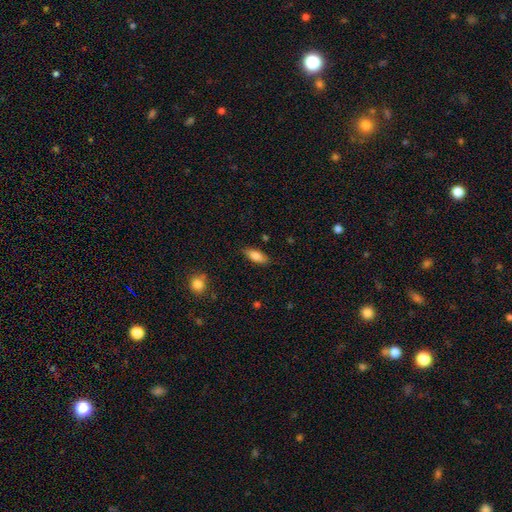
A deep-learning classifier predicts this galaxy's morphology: The model was most divided on "how rounded": in between: 77%, cigar-shaped: 20%, round: 2%. More confident: merging — none (83%); smooth or featured — smooth (81%).